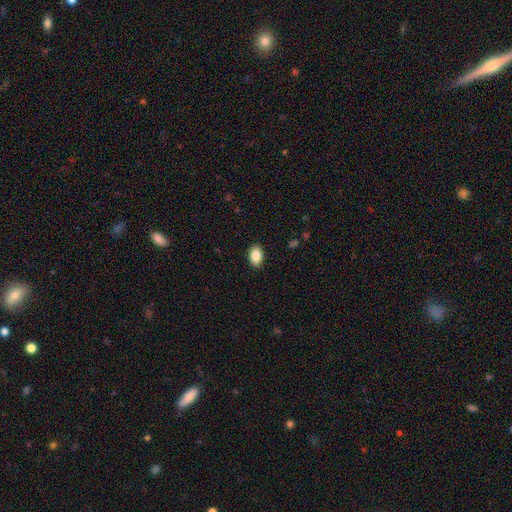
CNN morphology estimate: A smooth galaxy with no disk features (88%) that is in between round and cigar-shaped (89%). Merging: none (90%).